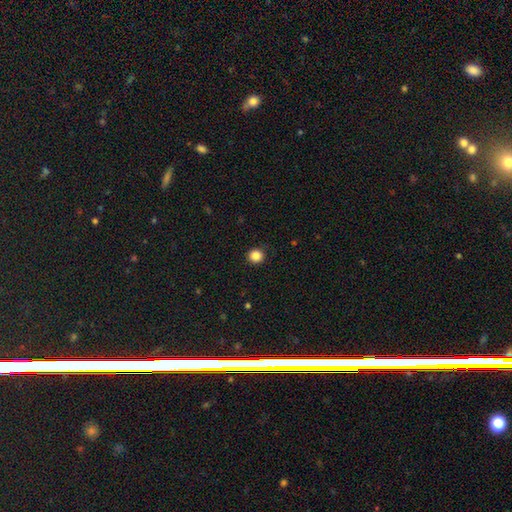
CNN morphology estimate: Overall: smooth (86%). How rounded: round (92%). Merging: none (91%).